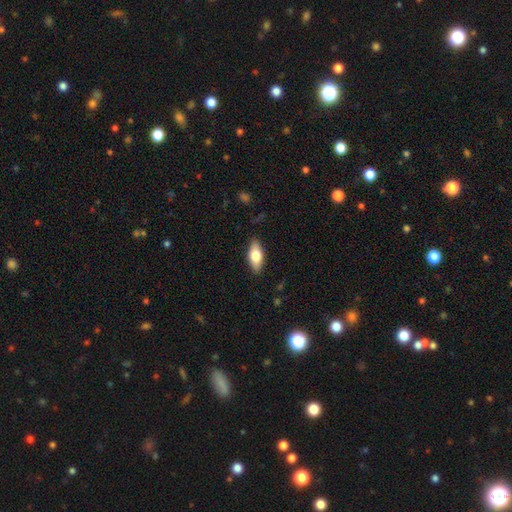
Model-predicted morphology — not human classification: A smooth galaxy with no disk features (69%) that is in between round and cigar-shaped (83%). Merging: none (87%).